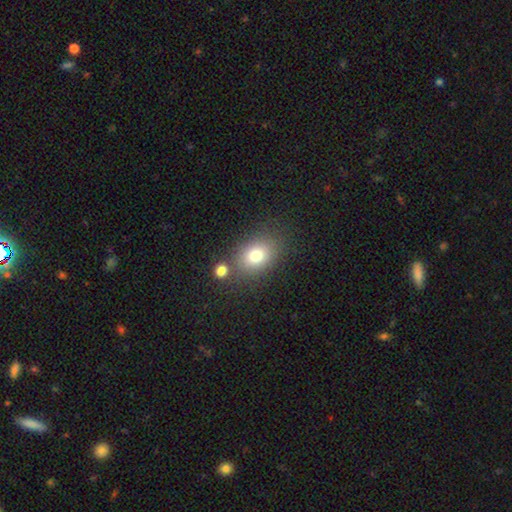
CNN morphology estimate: A smooth galaxy with no disk features (78%) that is in between round and cigar-shaped (67%).

Vote fractions:
- Smooth or featured? smooth: 78% / star or artifact: 12% / featured or disk: 10%
- How rounded? in between: 67% / round: 32% / cigar-shaped: 1%
- Merging? none: 72% / minor disturbance: 12% / merger: 12% / major disturbance: 5%